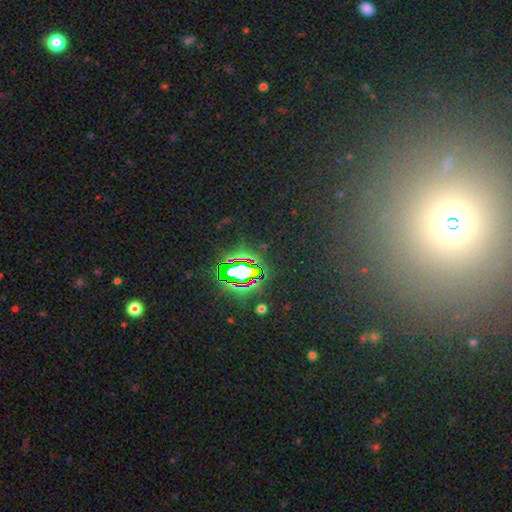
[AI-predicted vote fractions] The model was most divided on "smooth or featured": star or artifact: 75%, smooth: 15%, featured or disk: 10%.